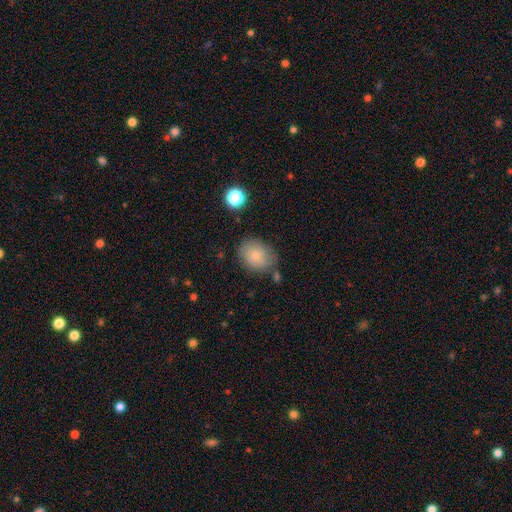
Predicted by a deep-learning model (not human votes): Smooth or featured?
  - smooth: 75% *
  - featured or disk: 16%
  - star or artifact: 9%
How rounded?
  - in between: 50% *
  - round: 49%
  - cigar-shaped: 1%
Merging?
  - none: 73% *
  - minor disturbance: 18%
  - major disturbance: 5%
  - merger: 3%